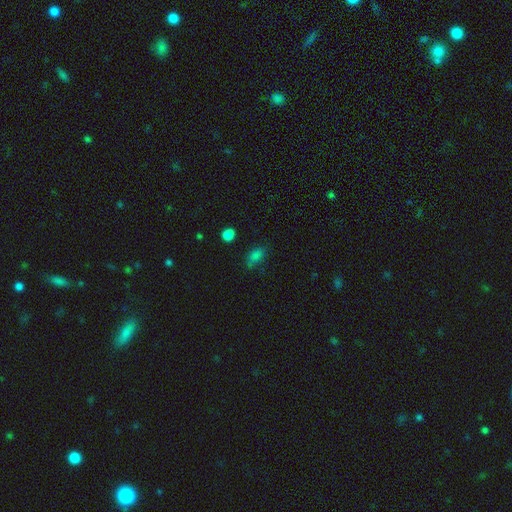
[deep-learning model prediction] This appears to be a smooth galaxy with no disk features (75%) that is in between round and cigar-shaped (83%). Merging: none (66%).